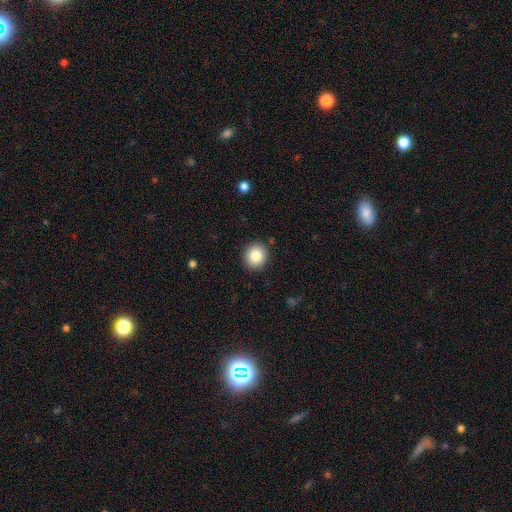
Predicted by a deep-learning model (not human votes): smooth 84%, star or artifact 9%, featured or disk 6%. Down the decision tree: how rounded — round (85%); merging — none (90%).